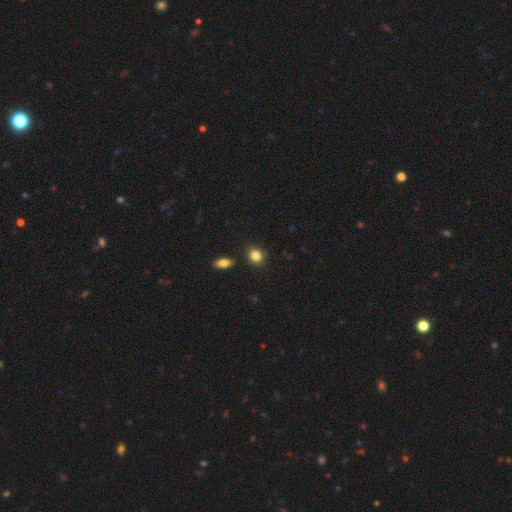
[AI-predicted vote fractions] Smooth or featured?
  - smooth: 85% *
  - star or artifact: 10%
  - featured or disk: 5%
How rounded?
  - round: 64% *
  - in between: 35%
  - cigar-shaped: 1%
Merging?
  - none: 85% *
  - minor disturbance: 9%
  - merger: 4%
  - major disturbance: 2%